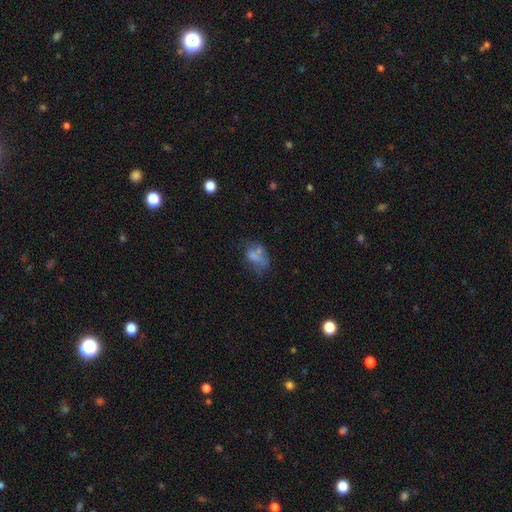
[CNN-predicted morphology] Smooth or featured? Predicted: smooth (p=0.56). How rounded? Predicted: in between (p=0.81). Merging? Predicted: none (p=0.29, tied with major disturbance).